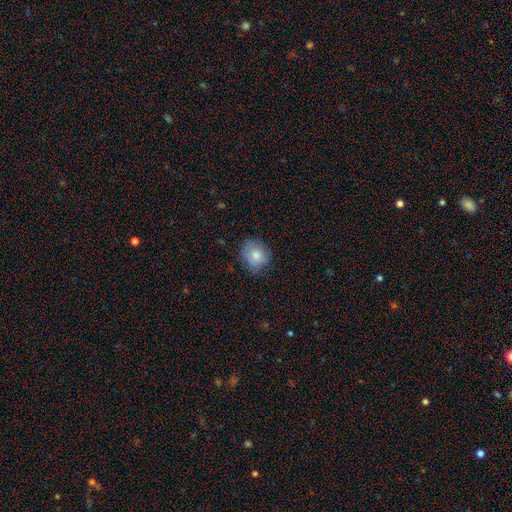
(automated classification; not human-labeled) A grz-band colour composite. It shows a smooth galaxy with no disk features (80%) that is round (72%). Merging: none (73%).